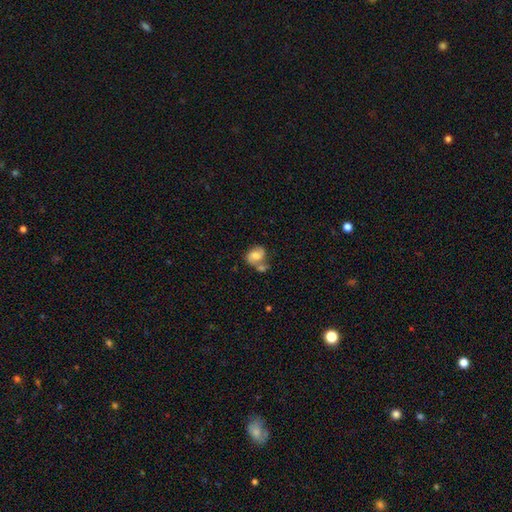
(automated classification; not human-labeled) smooth-or-featured: featured or disk: 50% | smooth: 41% | star or artifact: 9%
  disk-edge-on: no: 97% | yes: 3%
  merging: merger: 38% | none: 34% | minor disturbance: 18% | major disturbance: 10%